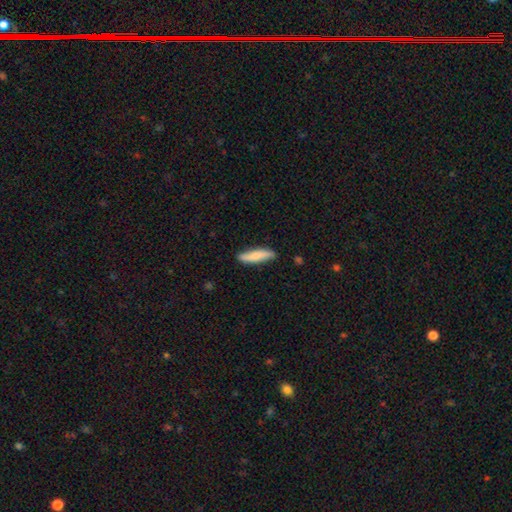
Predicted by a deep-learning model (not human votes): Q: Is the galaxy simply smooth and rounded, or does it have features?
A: smooth — 77%.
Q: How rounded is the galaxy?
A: cigar-shaped — 78%.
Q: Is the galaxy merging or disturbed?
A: none — 82%.